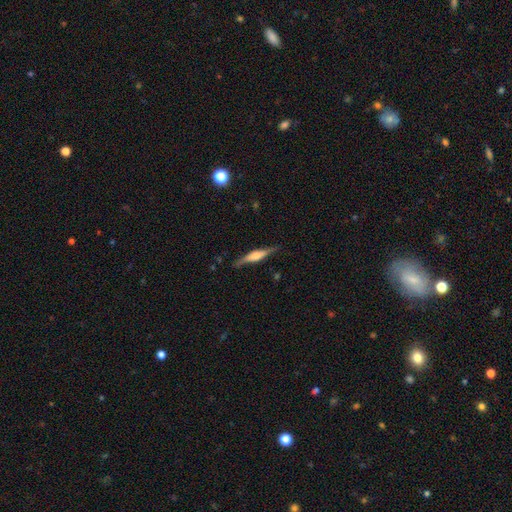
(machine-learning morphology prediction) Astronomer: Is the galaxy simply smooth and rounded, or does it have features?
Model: featured or disk — 68%.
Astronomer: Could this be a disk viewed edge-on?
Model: yes — 96%.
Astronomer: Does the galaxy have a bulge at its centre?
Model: rounded — 74%.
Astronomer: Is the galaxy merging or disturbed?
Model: none — 83%.